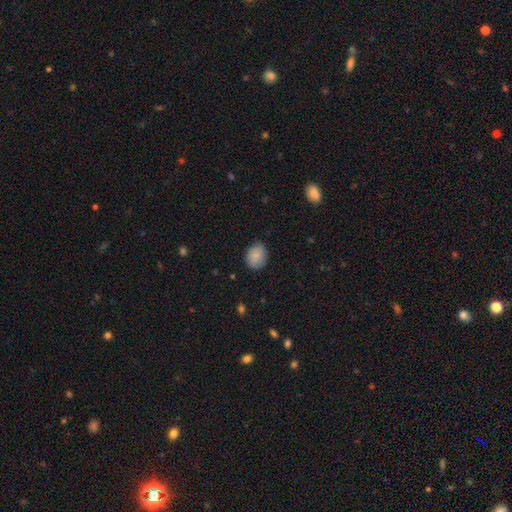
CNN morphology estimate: smooth_or_featured: smooth (p=0.84) [alt: featured or disk p=0.09]
how_rounded: in between (p=0.52) [alt: round p=0.47]
merging: none (p=0.77) [alt: minor disturbance p=0.19]